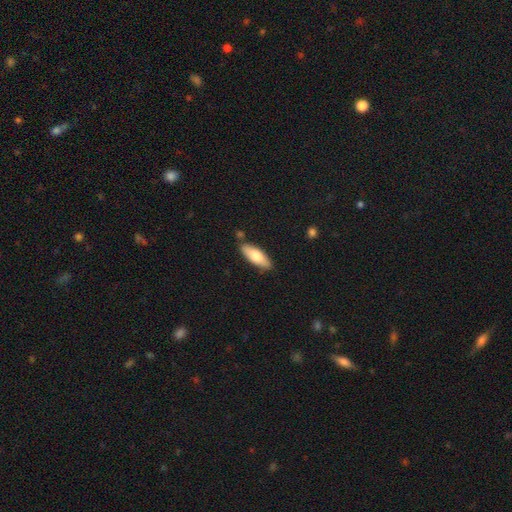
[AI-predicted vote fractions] smooth 72%, featured or disk 22%, star or artifact 5%. Down the decision tree: how rounded — in between (65%); merging — none (82%).